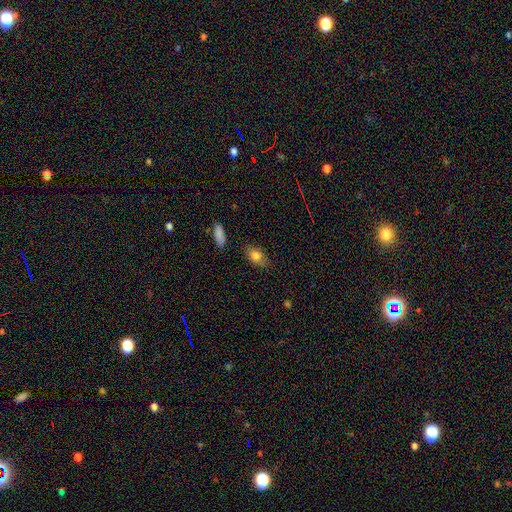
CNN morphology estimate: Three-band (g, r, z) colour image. It shows a smooth galaxy with no disk features (79%) that is in between round and cigar-shaped (85%). Merging: none (82%).